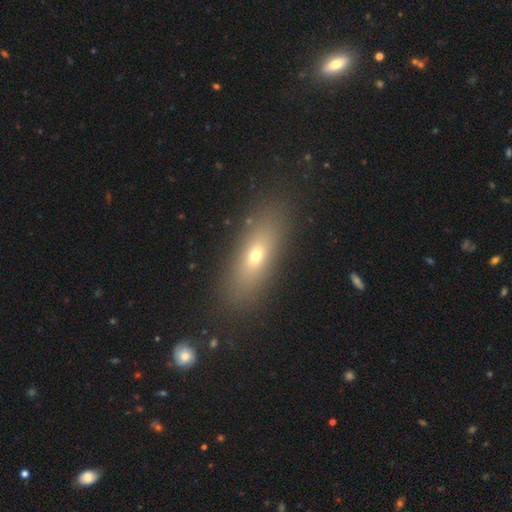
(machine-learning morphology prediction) A smooth galaxy with no disk features (61%) that is in between round and cigar-shaped (55%).

Vote fractions:
- Smooth or featured? smooth: 61% / featured or disk: 27% / star or artifact: 12%
- How rounded? in between: 55% / cigar-shaped: 40% / round: 5%
- Merging? none: 85% / minor disturbance: 9% / major disturbance: 4% / merger: 2%